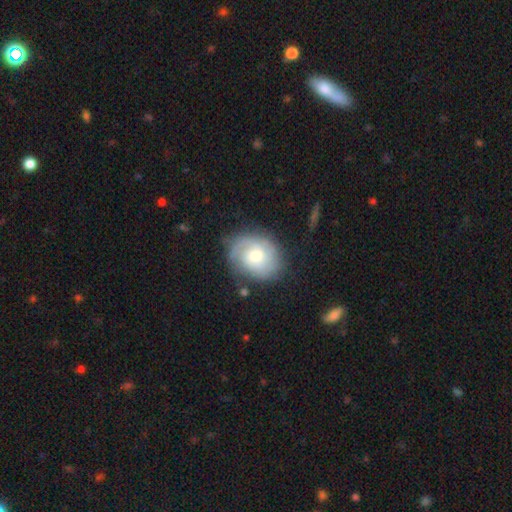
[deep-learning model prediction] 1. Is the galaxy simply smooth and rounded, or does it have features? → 73% featured or disk, 21% smooth, 6% star or artifact.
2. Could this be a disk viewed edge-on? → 97% no, 3% yes.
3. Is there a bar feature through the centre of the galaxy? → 67% no, 29% weak, 4% strong.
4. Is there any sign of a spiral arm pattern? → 92% yes, 8% no.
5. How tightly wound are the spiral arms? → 56% tight, 33% medium, 11% loose.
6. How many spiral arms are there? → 42% 2, 25% can't tell, 14% 3, 12% 1, 3% 4, 3% more than 4.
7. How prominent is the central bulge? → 59% moderate, 30% small, 8% large, 2% none, 1% dominant.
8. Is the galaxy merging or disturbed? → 74% none, 17% minor disturbance, 7% major disturbance, 2% merger.